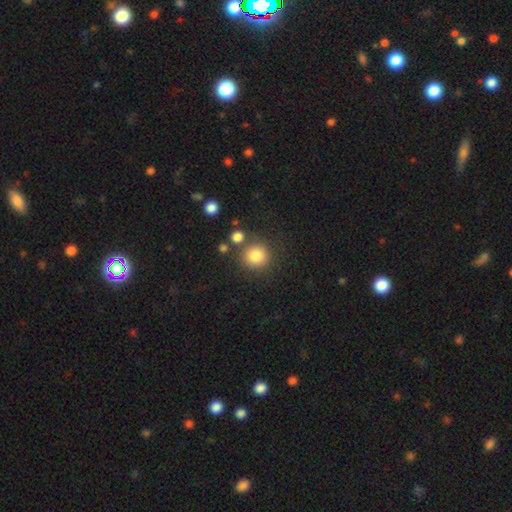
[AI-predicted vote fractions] smooth-or-featured: smooth: 83% | star or artifact: 11% | featured or disk: 6%
  how-rounded: round: 92% | in between: 7% | cigar-shaped: 1%
  merging: none: 79% | minor disturbance: 9% | merger: 8% | major disturbance: 4%